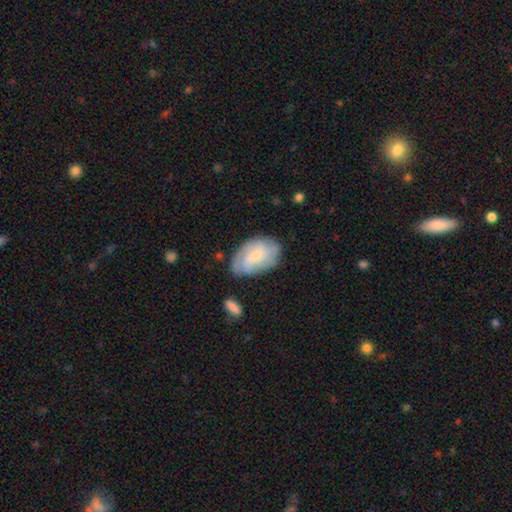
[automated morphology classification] The model was most divided on "bar": no: 46%, weak: 45%, strong: 9%. More confident: edge-on disk — no (96%); spiral arms — yes (83%); merging — none (66%); bulge size — small (58%); smooth or featured — featured or disk (52%).